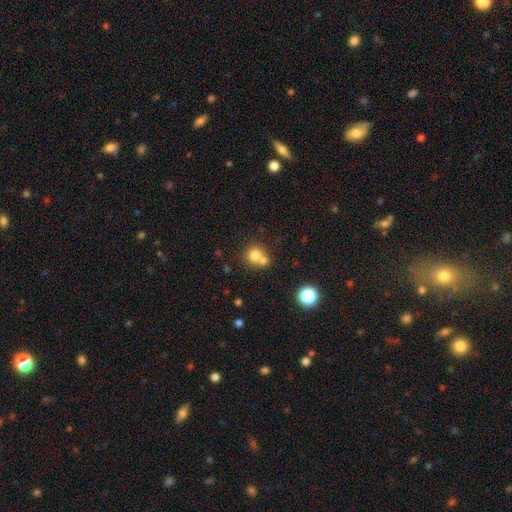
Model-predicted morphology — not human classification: type=smooth (75%); roundness=round (84%); merging=merger (50%).